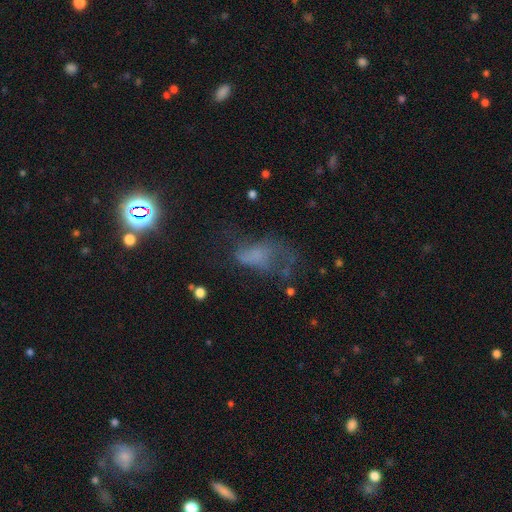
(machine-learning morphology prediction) Overall: smooth (42%; featured or disk 34%). Merging: major disturbance (46%; none 28%).